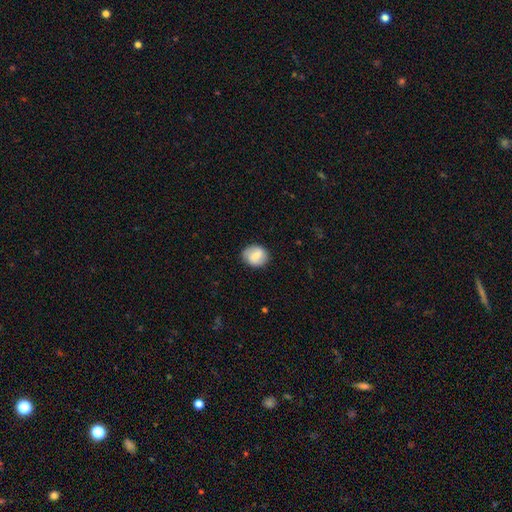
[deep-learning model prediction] This appears to be a smooth galaxy with no disk features (72%) that is round (70%). Merging: none (82%).